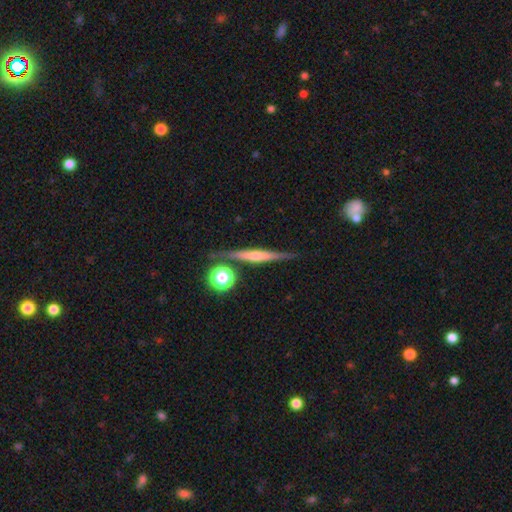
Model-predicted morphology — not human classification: This appears to be a featured or disk galaxy (61%) viewed edge-on (96%) with a rounded central bulge (54%). Merging: none (84%).